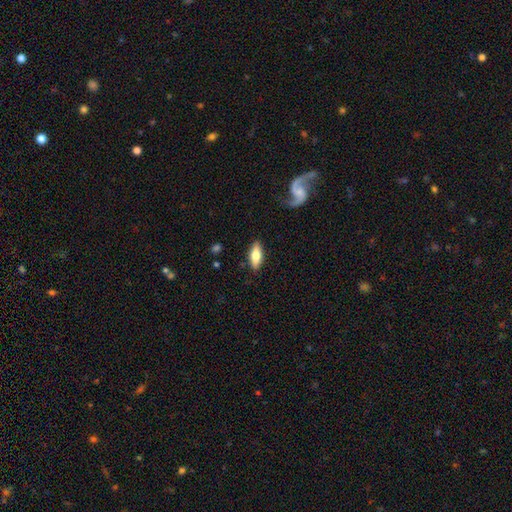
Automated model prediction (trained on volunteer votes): This is likely a smooth galaxy (66%). How rounded: likely in between (76%). Merging: clearly none (85%).